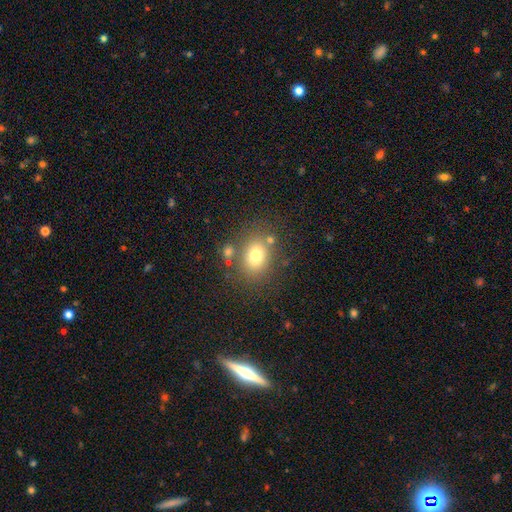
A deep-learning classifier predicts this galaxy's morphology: A smooth galaxy with no disk features (74%) that is in between round and cigar-shaped (55%). Merging: none (73%).